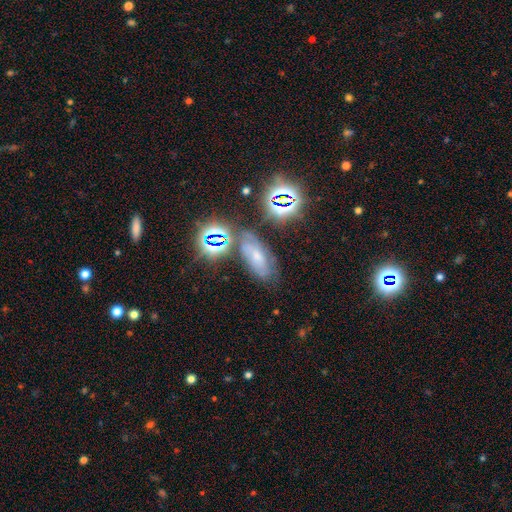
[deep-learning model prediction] Smooth or featured: star or artifact — 38% (smooth — 33%)